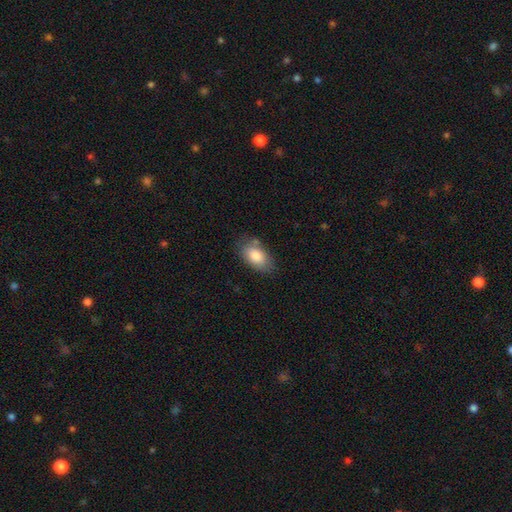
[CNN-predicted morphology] This appears to be a smooth galaxy with no disk features (84%) that is in between round and cigar-shaped (93%). Merging: none (73%).